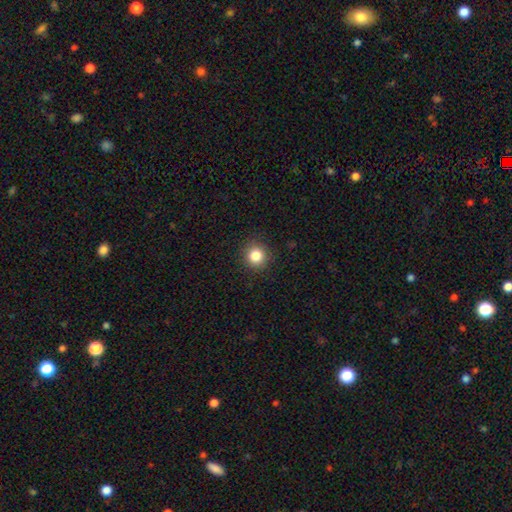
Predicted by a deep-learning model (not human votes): Smooth or featured?
  - smooth: 84% *
  - star or artifact: 11%
  - featured or disk: 5%
How rounded?
  - round: 93% *
  - in between: 6%
  - cigar-shaped: 1%
Merging?
  - none: 90% *
  - minor disturbance: 6%
  - major disturbance: 2%
  - merger: 1%